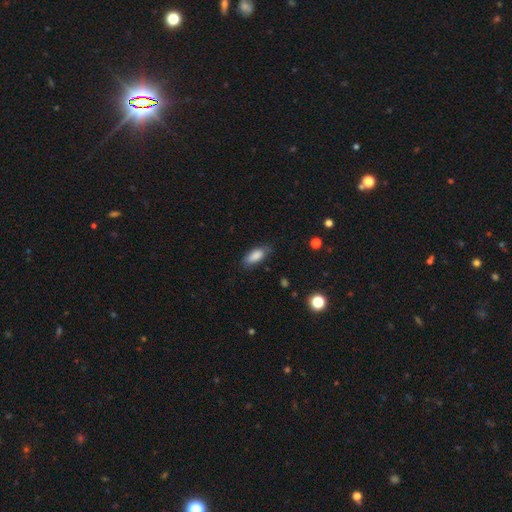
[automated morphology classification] type=smooth (84%); roundness=in between (83%); merging=none (72%).